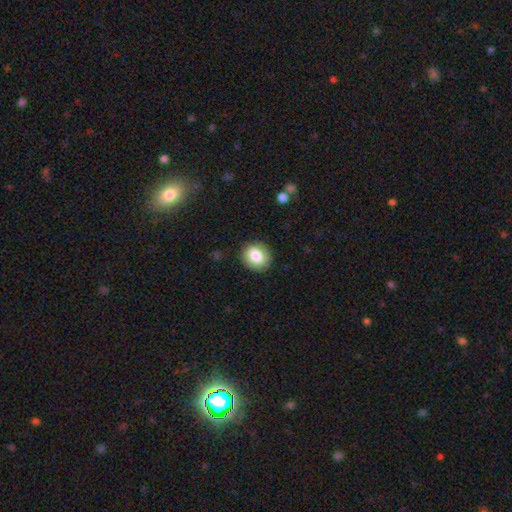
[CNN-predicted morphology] Overall: smooth (81%). How rounded: round (69%; in between 30%). Merging: none (88%).